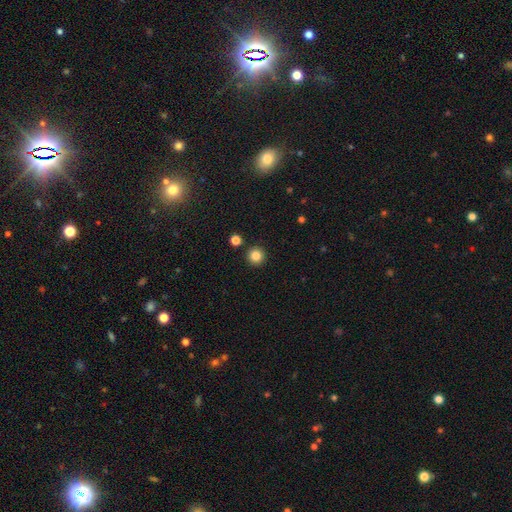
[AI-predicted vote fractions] Smooth or featured?
  - smooth: 84% *
  - star or artifact: 11%
  - featured or disk: 5%
How rounded?
  - round: 96% *
  - in between: 3%
  - cigar-shaped: 1%
Merging?
  - none: 90% *
  - minor disturbance: 5%
  - merger: 3%
  - major disturbance: 2%